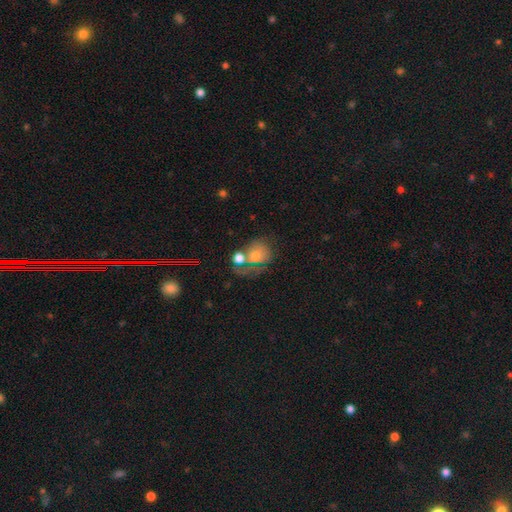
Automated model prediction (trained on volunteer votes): A smooth galaxy with no disk features (59%) that is round (67%).

Vote fractions:
- Smooth or featured? smooth: 59% / featured or disk: 29% / star or artifact: 12%
- How rounded? round: 67% / in between: 32% / cigar-shaped: 1%
- Merging? merger: 32% / none: 30% / major disturbance: 21% / minor disturbance: 16%